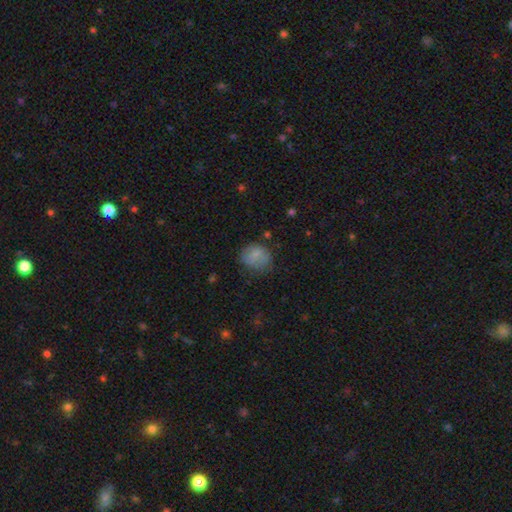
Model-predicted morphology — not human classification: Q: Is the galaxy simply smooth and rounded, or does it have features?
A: smooth — 77%.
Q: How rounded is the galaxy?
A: round — 63%.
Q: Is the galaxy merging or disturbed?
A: none — 62%.